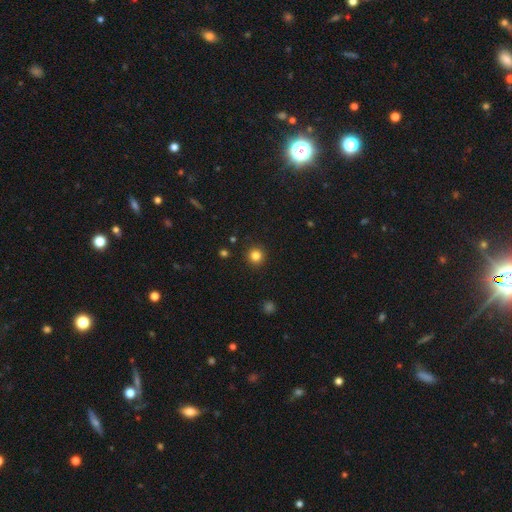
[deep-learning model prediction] Q: Smooth or featured?
A: smooth (83%); runner-up: star or artifact (12%)
Q: How rounded?
A: round (95%); runner-up: in between (4%)
Q: Merging?
A: none (92%); runner-up: minor disturbance (5%)